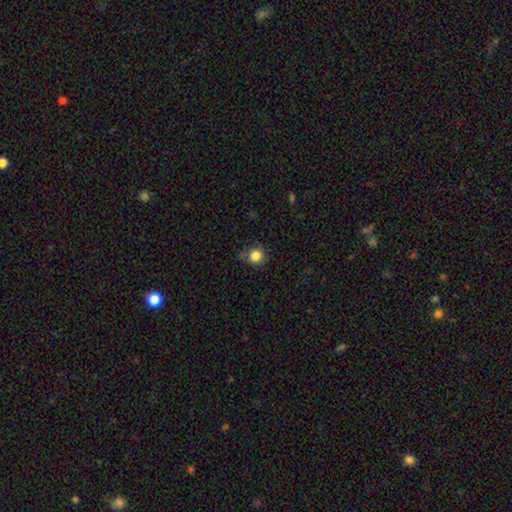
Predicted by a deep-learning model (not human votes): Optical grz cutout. It shows a smooth galaxy with no disk features (84%) that is round (88%). Merging: none (69%).